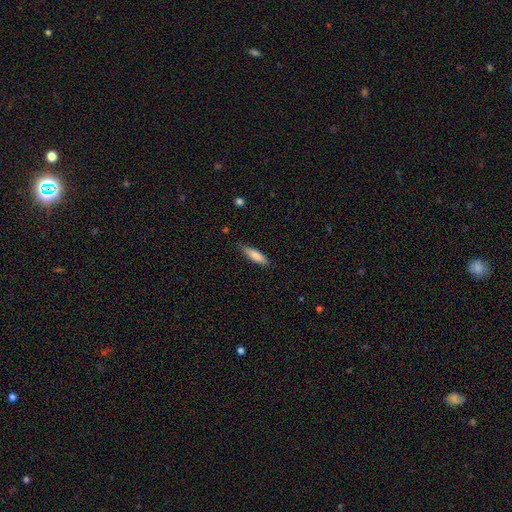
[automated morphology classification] Overall: smooth (82%). How rounded: cigar-shaped (60%; in between 39%). Merging: none (78%).